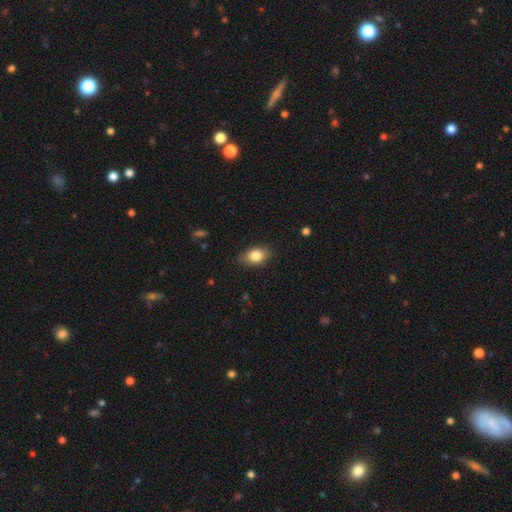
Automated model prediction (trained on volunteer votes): smooth-or-featured: smooth: 83% | featured or disk: 10% | star or artifact: 8%
  how-rounded: in between: 86% | round: 12% | cigar-shaped: 2%
  merging: none: 83% | minor disturbance: 13% | major disturbance: 2% | merger: 1%